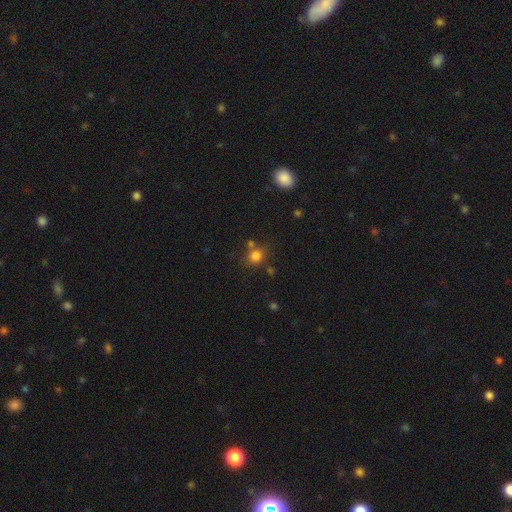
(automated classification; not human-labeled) Overall: smooth (79%). How rounded: round (80%). Merging: none (68%).